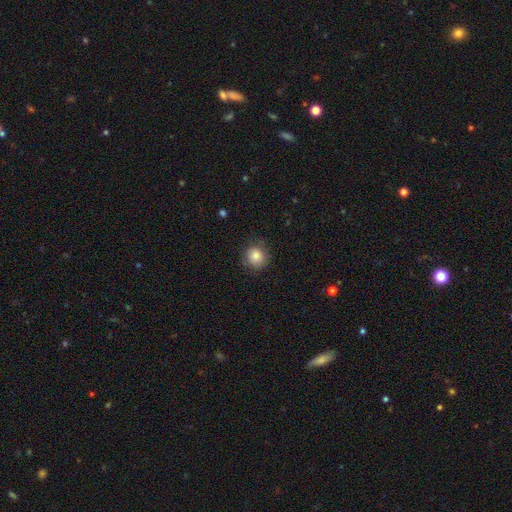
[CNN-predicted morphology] Smooth or featured: smooth — 83% (star or artifact — 9%)
How rounded: round — 88% (in between — 11%)
Merging: none — 81% (minor disturbance — 14%)